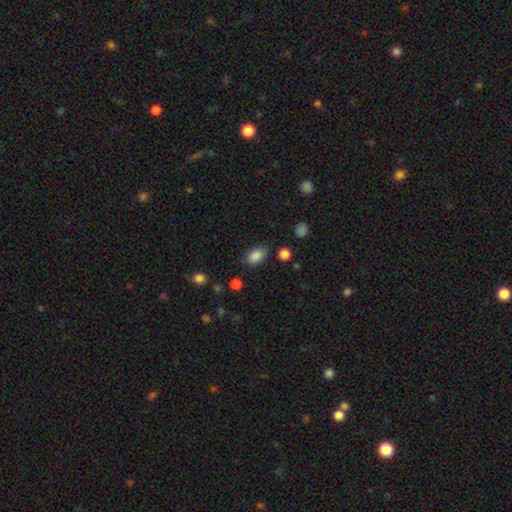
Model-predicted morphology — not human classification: Smooth or featured? Predicted: smooth (p=0.86). How rounded? Predicted: in between (p=0.86). Merging? Predicted: none (p=0.76).